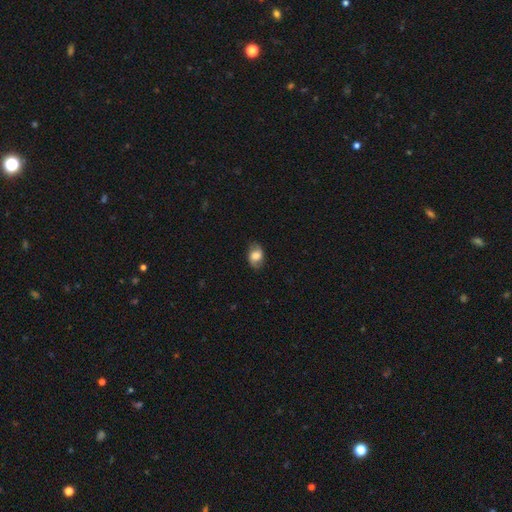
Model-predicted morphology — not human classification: This appears to be a smooth galaxy with no disk features (66%) that is in between round and cigar-shaped (80%). Merging: none (78%).